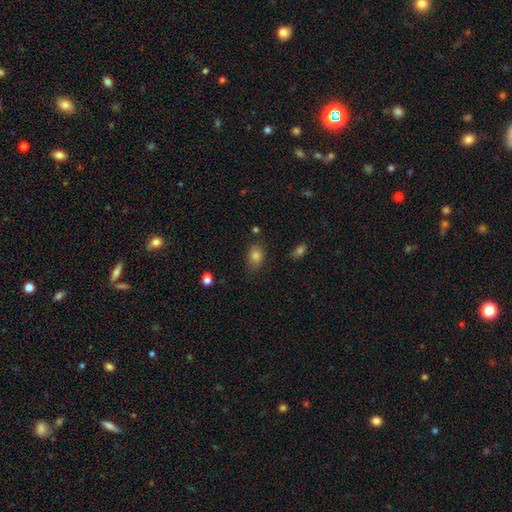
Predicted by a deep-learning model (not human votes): This is clearly a smooth galaxy (82%). How rounded: likely in between (73%). Merging: likely none (75%).